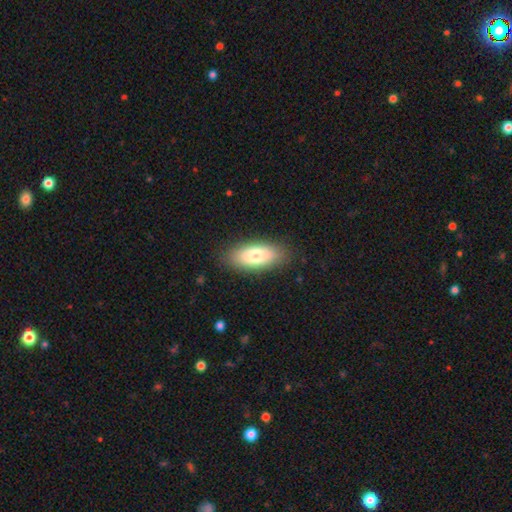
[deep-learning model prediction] Smooth or featured: smooth — 78% (featured or disk — 16%)
How rounded: in between — 85% (cigar-shaped — 13%)
Merging: none — 87% (minor disturbance — 9%)